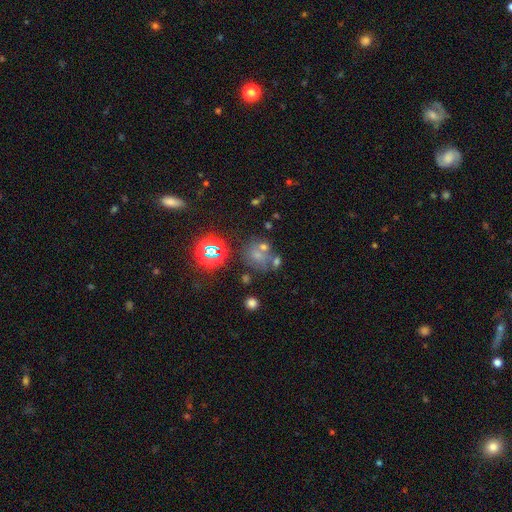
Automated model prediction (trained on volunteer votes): Morphology: type=star or artifact (45%).